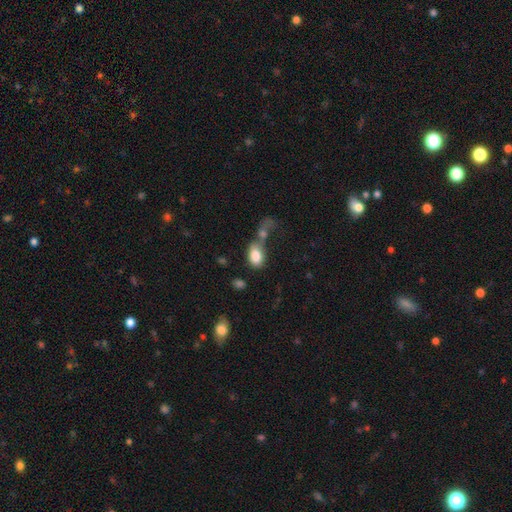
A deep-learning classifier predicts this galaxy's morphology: Smooth or featured? Predicted: smooth (p=0.80). How rounded? Predicted: in between (p=0.84). Merging? Predicted: merger (p=0.48).